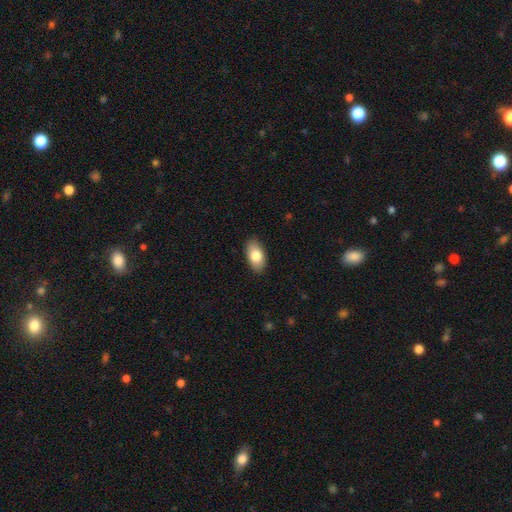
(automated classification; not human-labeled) Overall: smooth (82%). How rounded: in between (94%). Merging: none (88%).